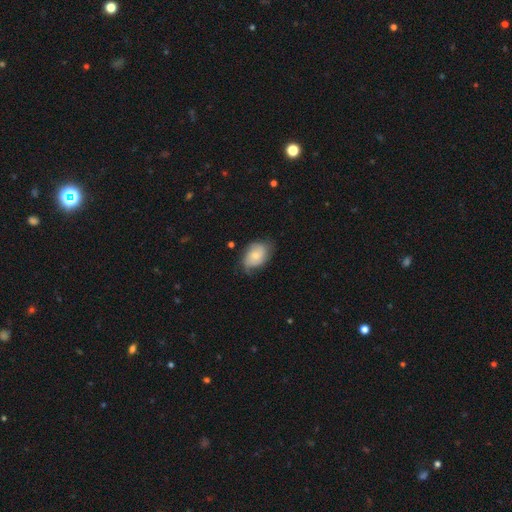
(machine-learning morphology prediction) smooth_or_featured: smooth (p=0.55) [alt: featured or disk p=0.37]
how_rounded: in between (p=0.79) [alt: round p=0.20]
merging: none (p=0.58) [alt: minor disturbance p=0.32]